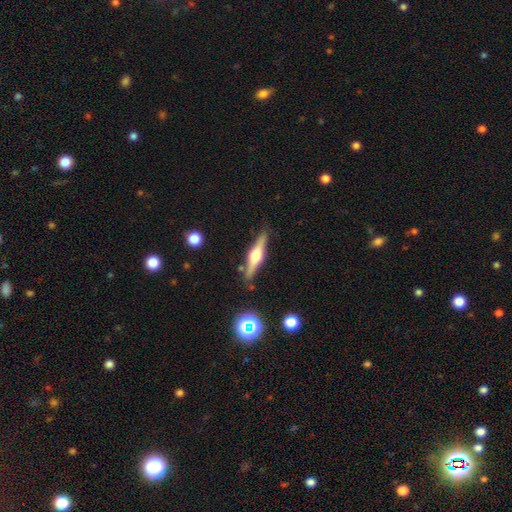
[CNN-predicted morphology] A featured or disk galaxy (71%) viewed edge-on (97%) with a rounded central bulge (92%). Merging: none (86%).